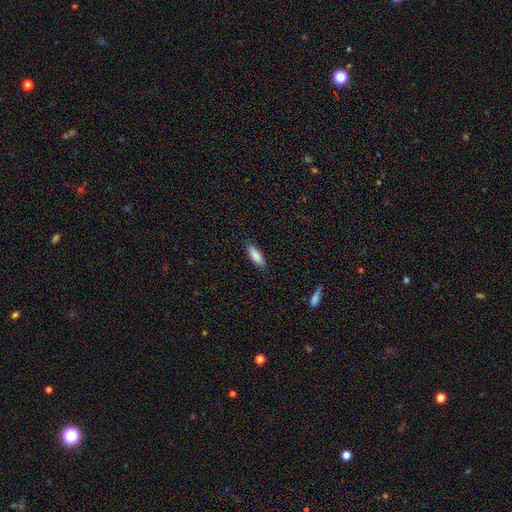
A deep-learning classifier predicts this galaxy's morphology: Smooth or featured? Predicted: smooth (p=0.86). How rounded? Predicted: in between (p=0.60). Merging? Predicted: none (p=0.85).